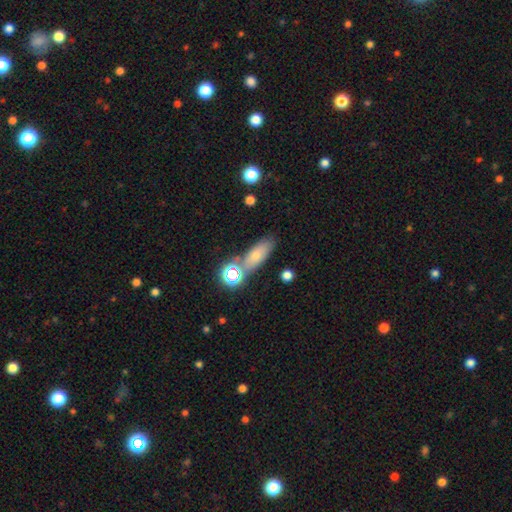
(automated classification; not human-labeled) This is possibly a smooth galaxy (60%). How rounded: possibly in between (57%). Merging: likely none (72%).